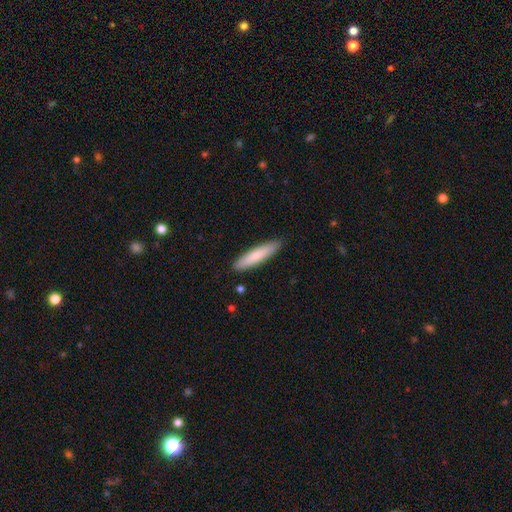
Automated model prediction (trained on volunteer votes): A smooth galaxy with no disk features (80%) that is cigar-shaped (83%).

Vote fractions:
- Smooth or featured? smooth: 80% / featured or disk: 15% / star or artifact: 5%
- How rounded? cigar-shaped: 83% / in between: 16% / round: 1%
- Merging? none: 89% / minor disturbance: 8% / major disturbance: 2% / merger: 1%